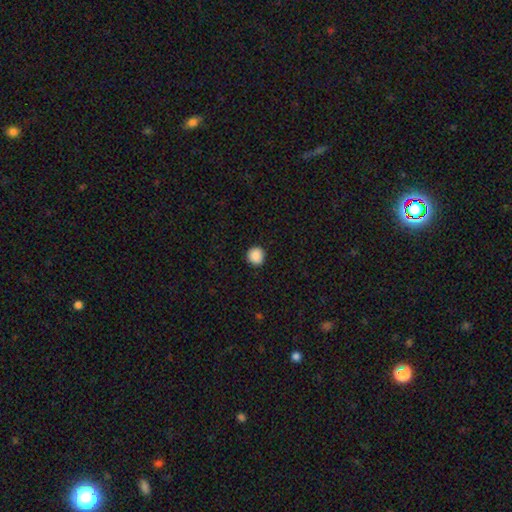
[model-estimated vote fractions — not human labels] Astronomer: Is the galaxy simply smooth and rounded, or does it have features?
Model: smooth — 89%.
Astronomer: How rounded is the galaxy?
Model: round — 92%.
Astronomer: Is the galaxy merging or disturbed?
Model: none — 91%.